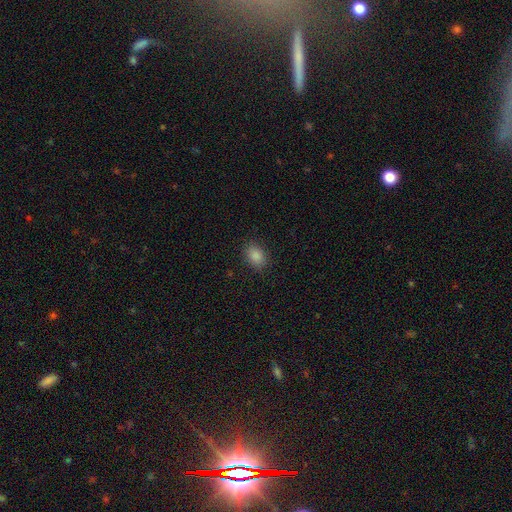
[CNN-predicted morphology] smooth-or-featured: smooth: 88% | star or artifact: 9% | featured or disk: 3%
  how-rounded: in between: 77% | round: 22% | cigar-shaped: 1%
  merging: none: 86% | minor disturbance: 10% | major disturbance: 3% | merger: 1%